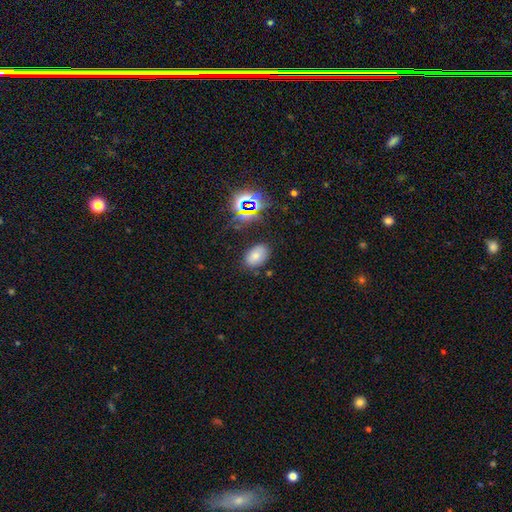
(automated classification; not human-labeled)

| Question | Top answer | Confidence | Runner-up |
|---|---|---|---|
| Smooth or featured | smooth | 67% | star or artifact (20%) |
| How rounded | in between | 84% | round (15%) |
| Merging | none | 79% | minor disturbance (14%) |